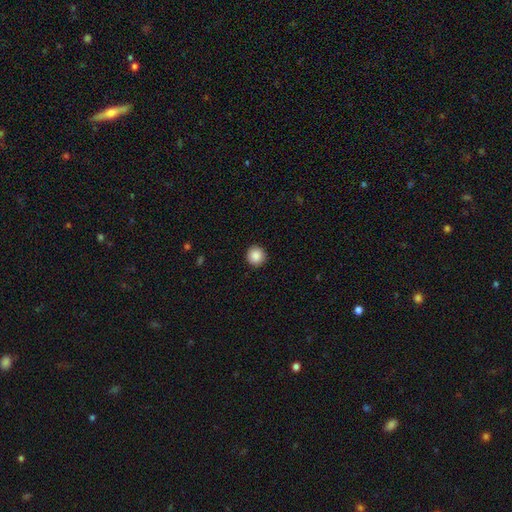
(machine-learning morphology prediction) A smooth galaxy with no disk features (88%) that is round (95%). Merging: none (93%).